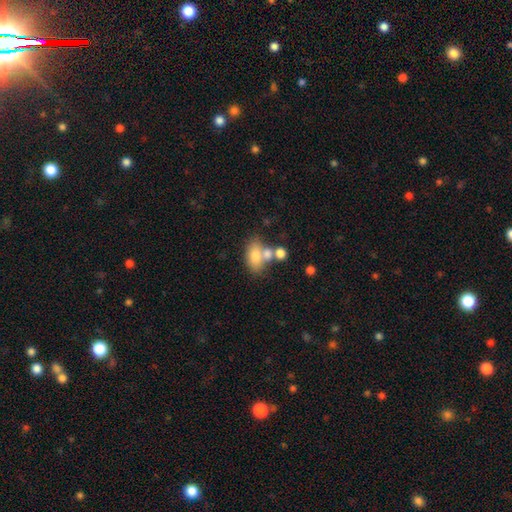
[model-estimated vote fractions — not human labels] The model was most divided on "merging" (2-way tie): none: 40%, merger: 40%, minor disturbance: 14%, major disturbance: 7%. More confident: how rounded — in between (83%); smooth or featured — smooth (73%).